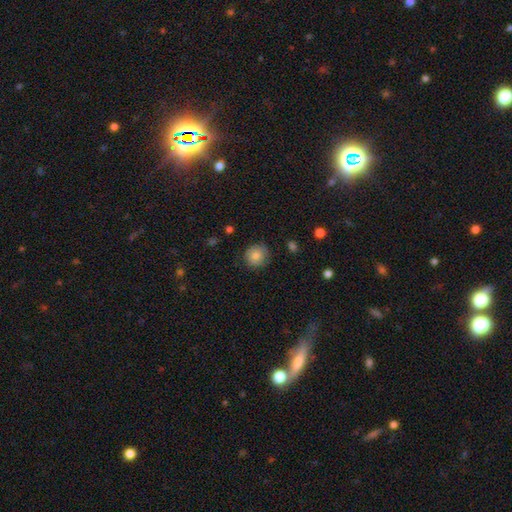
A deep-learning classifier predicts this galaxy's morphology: type=smooth (79%); roundness=round (88%); merging=none (80%).